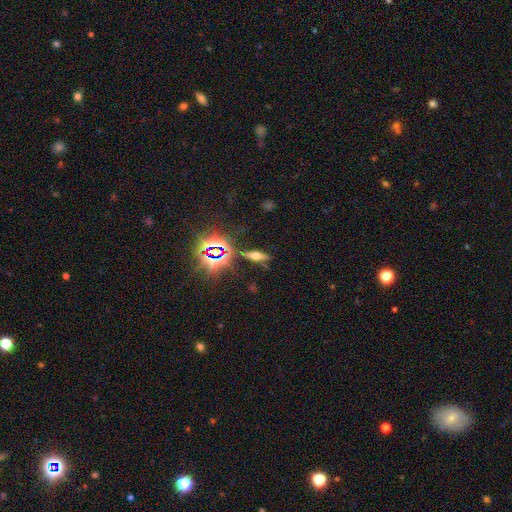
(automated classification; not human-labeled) Overall: featured or disk (43%; star or artifact 29%). Merging: none (82%).